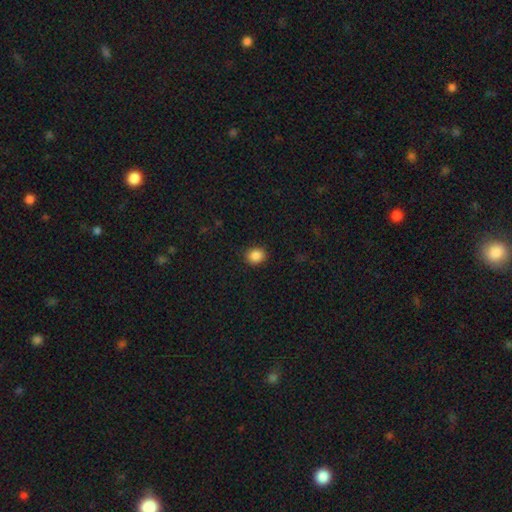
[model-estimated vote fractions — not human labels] This is clearly a smooth galaxy (87%). How rounded: likely round (66%). Merging: clearly none (89%).